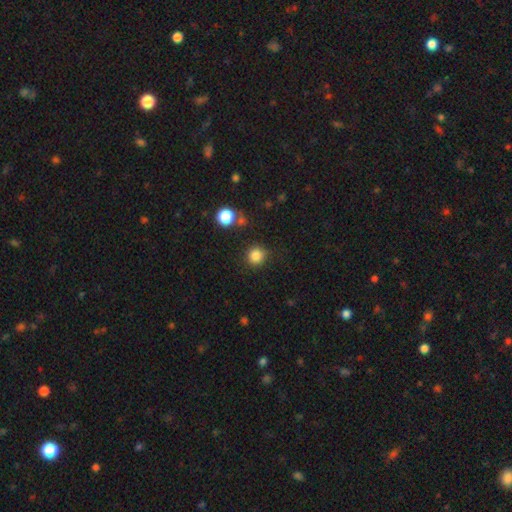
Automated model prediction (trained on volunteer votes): This is clearly a smooth galaxy (84%). How rounded: clearly round (93%). Merging: clearly none (85%).